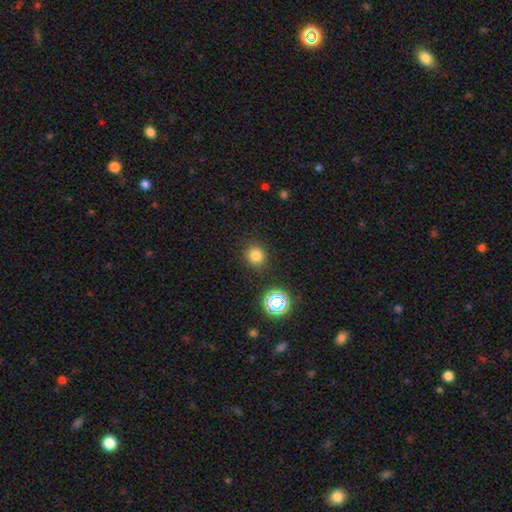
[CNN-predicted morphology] Smooth or featured? Predicted: smooth (p=0.78). How rounded? Predicted: round (p=0.87). Merging? Predicted: none (p=0.88).